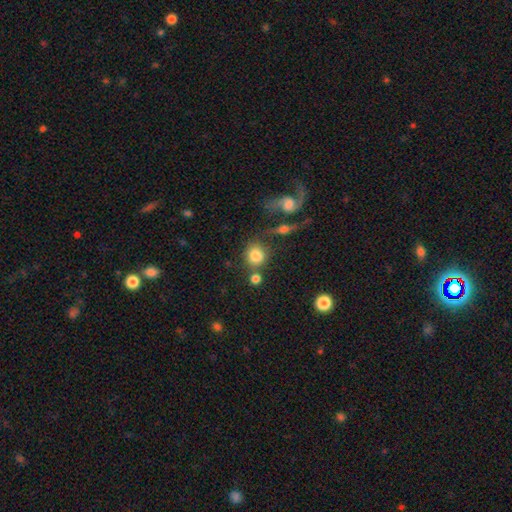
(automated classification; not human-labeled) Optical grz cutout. It shows a smooth galaxy with no disk features (79%) that is round (79%). Merging: none (57%).